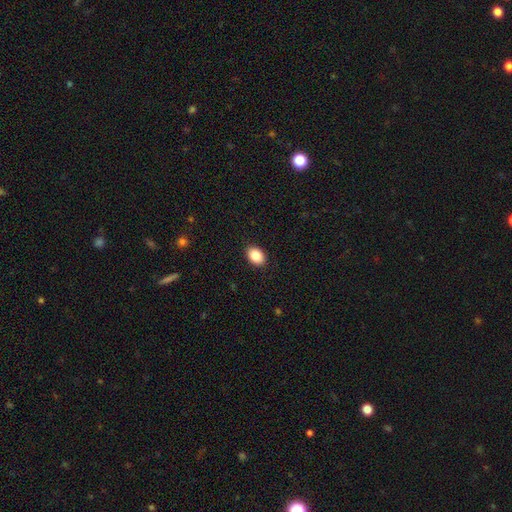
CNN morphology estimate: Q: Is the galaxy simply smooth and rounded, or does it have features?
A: smooth — 87%.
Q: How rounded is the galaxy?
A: in between — 79%.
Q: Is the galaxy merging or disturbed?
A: none — 90%.